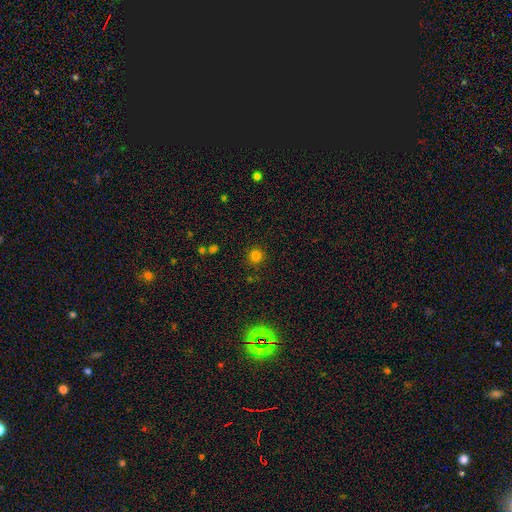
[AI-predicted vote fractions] Q: Smooth or featured?
A: smooth (79%); runner-up: star or artifact (17%)
Q: How rounded?
A: round (94%); runner-up: in between (5%)
Q: Merging?
A: none (88%); runner-up: minor disturbance (7%)